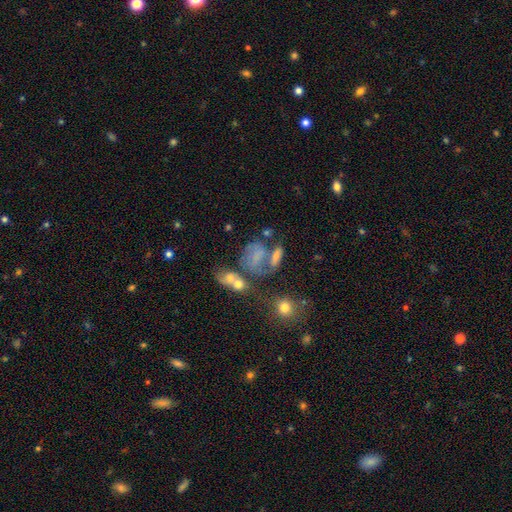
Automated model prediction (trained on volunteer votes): Smooth or featured? smooth (46%)
Merging? merger (31%)